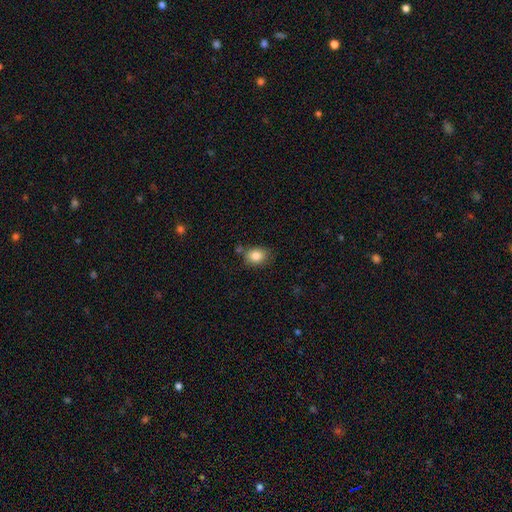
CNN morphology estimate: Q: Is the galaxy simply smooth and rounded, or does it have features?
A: smooth — 84%.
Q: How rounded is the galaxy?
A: in between — 62%.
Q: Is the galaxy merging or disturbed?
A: none — 73%.